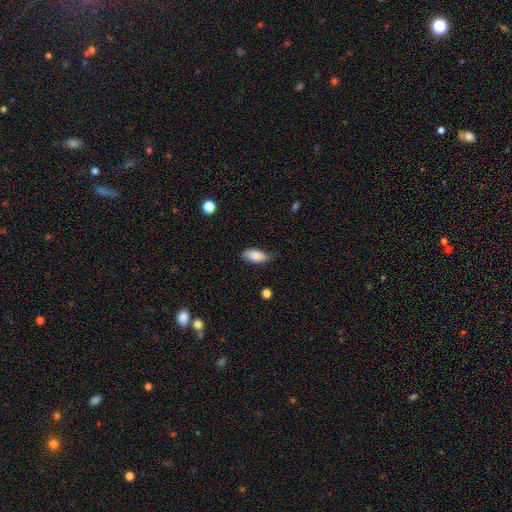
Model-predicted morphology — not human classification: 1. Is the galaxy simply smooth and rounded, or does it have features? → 85% smooth, 8% featured or disk, 7% star or artifact.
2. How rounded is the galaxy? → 87% in between, 11% cigar-shaped, 3% round.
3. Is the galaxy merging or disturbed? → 70% none, 24% minor disturbance, 4% major disturbance, 1% merger.